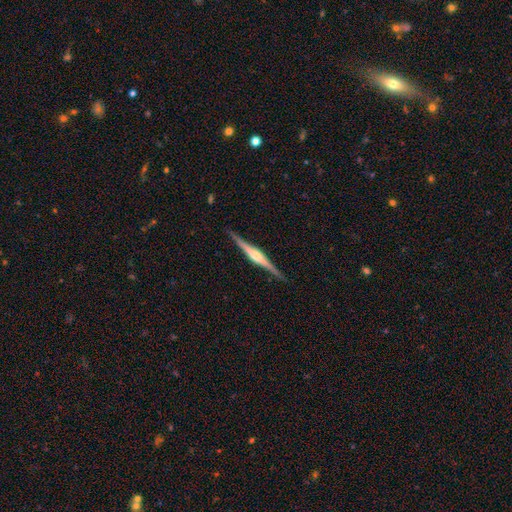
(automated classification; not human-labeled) This appears to be a featured or disk galaxy (82%) viewed edge-on (98%) with a rounded central bulge (76%). Merging: none (89%).